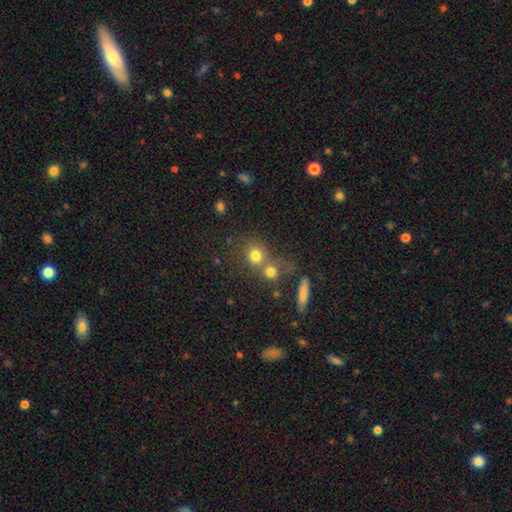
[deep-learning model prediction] Morphology: type=smooth (76%); roundness=round (85%); merging=none (48%).